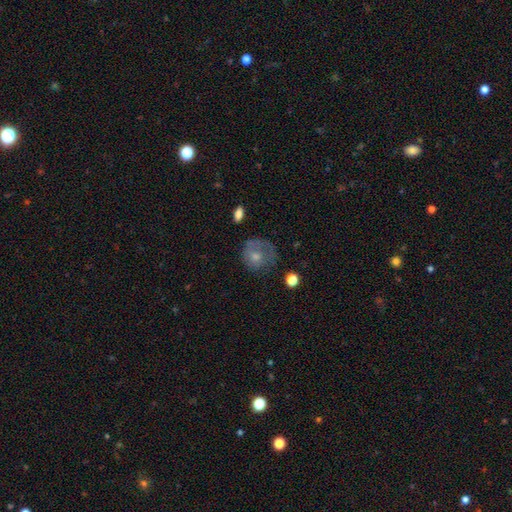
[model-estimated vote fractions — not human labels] smooth-or-featured: smooth: 59% | featured or disk: 33% | star or artifact: 8%
  how-rounded: round: 78% | in between: 21% | cigar-shaped: 1%
  merging: none: 44% | major disturbance: 28% | minor disturbance: 25% | merger: 2%